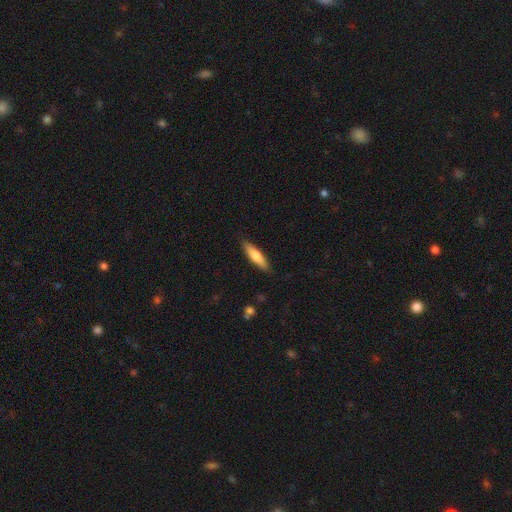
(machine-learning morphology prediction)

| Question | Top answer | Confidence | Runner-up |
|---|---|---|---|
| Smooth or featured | smooth | 69% | featured or disk (25%) |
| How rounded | cigar-shaped | 73% | in between (26%) |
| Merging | none | 88% | minor disturbance (9%) |